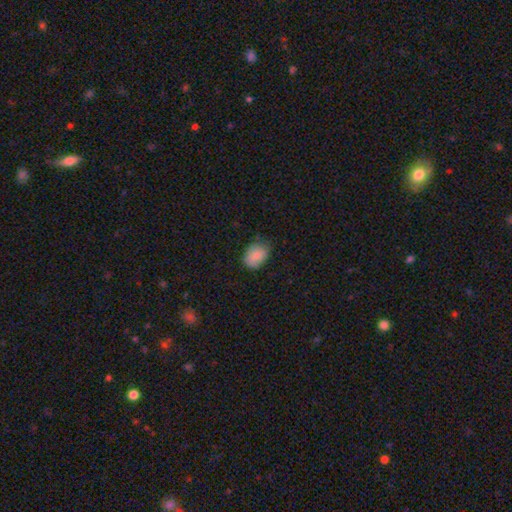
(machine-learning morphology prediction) A smooth galaxy with no disk features (86%) that is in between round and cigar-shaped (73%).

Vote fractions:
- Smooth or featured? smooth: 86% / star or artifact: 7% / featured or disk: 7%
- How rounded? in between: 73% / round: 26% / cigar-shaped: 1%
- Merging? none: 69% / minor disturbance: 26% / major disturbance: 5% / merger: 1%